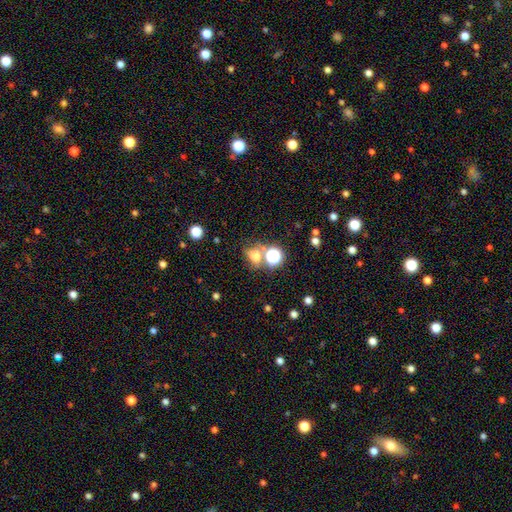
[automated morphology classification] Smooth or featured?
  - smooth: 62% *
  - star or artifact: 28%
  - featured or disk: 10%
How rounded?
  - round: 52% *
  - in between: 46%
  - cigar-shaped: 2%
Merging?
  - none: 54% *
  - merger: 26%
  - minor disturbance: 12%
  - major disturbance: 8%